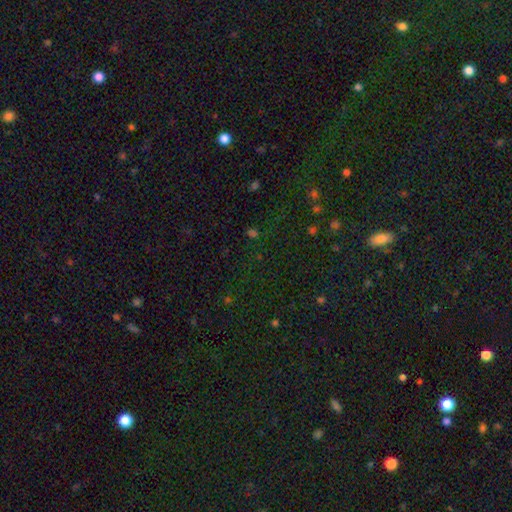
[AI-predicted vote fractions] Smooth or featured: star or artifact — 65% (smooth — 24%)